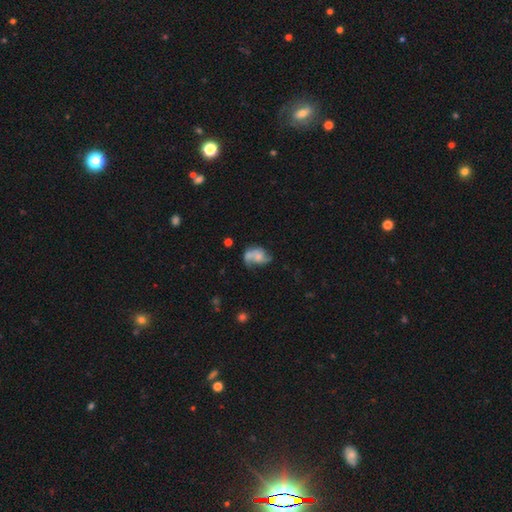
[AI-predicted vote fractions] A featured or disk galaxy (59%) with no bar (73%), spiral arms (78%) and a small central bulge (38%). Merging: none (39%).